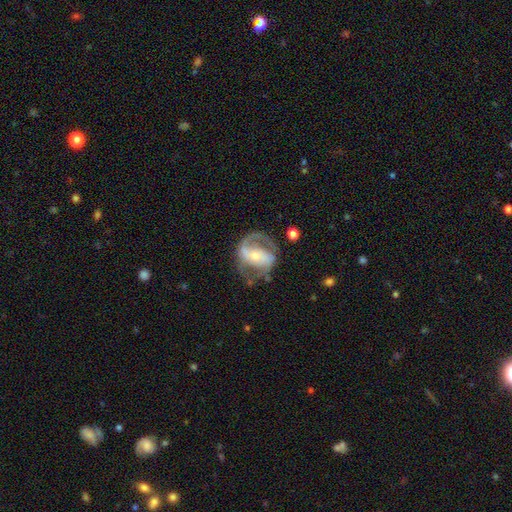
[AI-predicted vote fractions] Smooth or featured? Predicted: featured or disk (p=0.81). Edge-on disk? Predicted: no (p=0.97). Bar? Predicted: strong (p=0.36). Spiral arms? Predicted: yes (p=0.87). Spiral winding? Predicted: medium (p=0.49). Spiral arm count? Predicted: 2 (p=0.74). Bulge size? Predicted: small (p=0.55). Merging? Predicted: none (p=0.56).